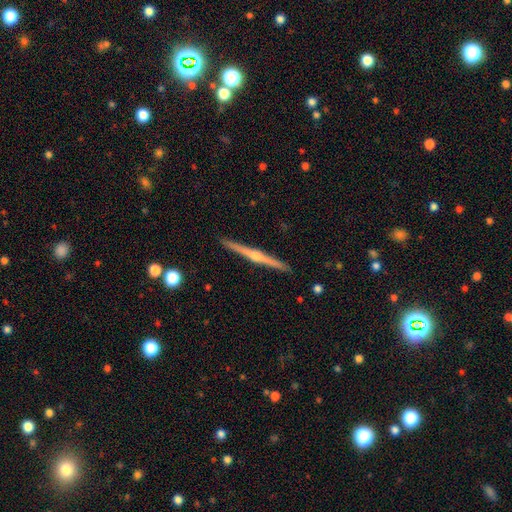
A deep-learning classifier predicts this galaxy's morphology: Overall: featured or disk (79%). Edge-on disk: yes (98%). Edge-on bulge: rounded (85%). Merging: none (92%).